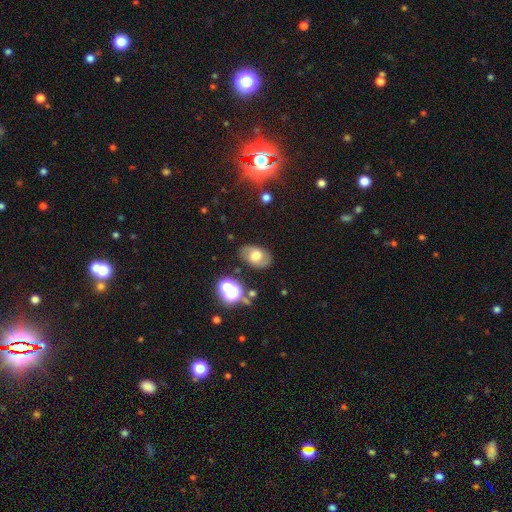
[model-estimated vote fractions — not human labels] Smooth or featured? smooth (46%)
Merging? none (78%)